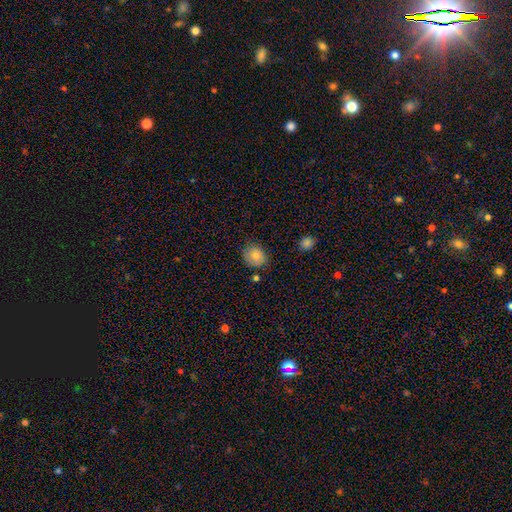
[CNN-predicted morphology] This is clearly a smooth galaxy (81%). How rounded: likely round (69%). Merging: likely none (75%).